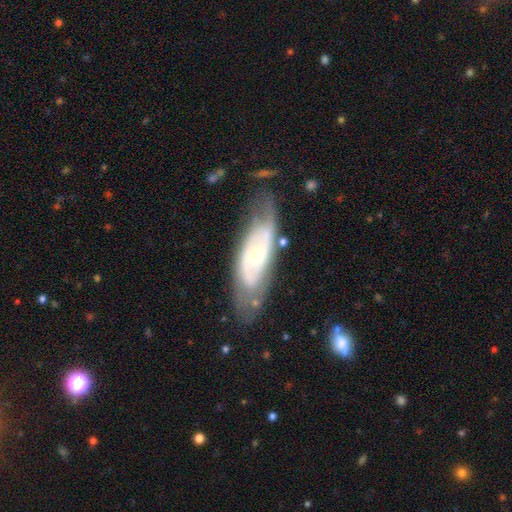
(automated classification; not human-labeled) smooth_or_featured: featured or disk (p=0.77) [alt: smooth p=0.17]
disk_edge_on: no (p=0.87) [alt: yes p=0.13]
bar: no (p=0.45) [alt: weak p=0.38]
has_spiral_arms: yes (p=0.83) [alt: no p=0.17]
spiral_winding: tight (p=0.42) [alt: medium p=0.40]
spiral_arm_count: 2 (p=0.64) [alt: can't tell p=0.26]
bulge_size: small (p=0.57) [alt: moderate p=0.38]
merging: none (p=0.64) [alt: minor disturbance p=0.23]